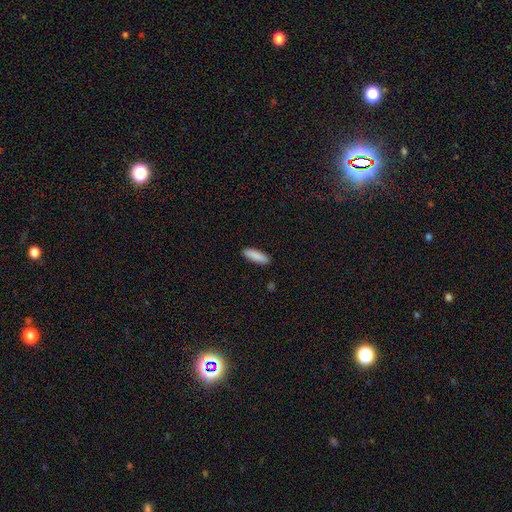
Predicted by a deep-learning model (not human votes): smooth 89%, star or artifact 6%, featured or disk 5%. Down the decision tree: how rounded — cigar-shaped (51%); merging — none (90%).